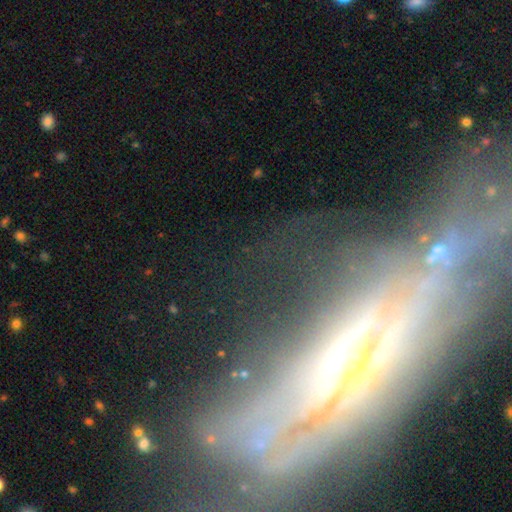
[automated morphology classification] Q: Smooth or featured?
A: featured or disk (69%); runner-up: star or artifact (15%)
Q: Edge-on disk?
A: yes (63%); runner-up: no (37%)
Q: Merging?
A: none (67%); runner-up: minor disturbance (15%)